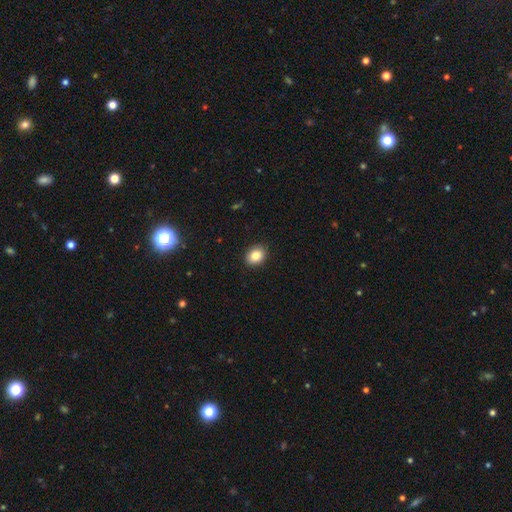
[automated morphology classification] Q: Smooth or featured?
A: smooth (86%); runner-up: star or artifact (9%)
Q: How rounded?
A: in between (59%); runner-up: round (40%)
Q: Merging?
A: none (90%); runner-up: minor disturbance (7%)